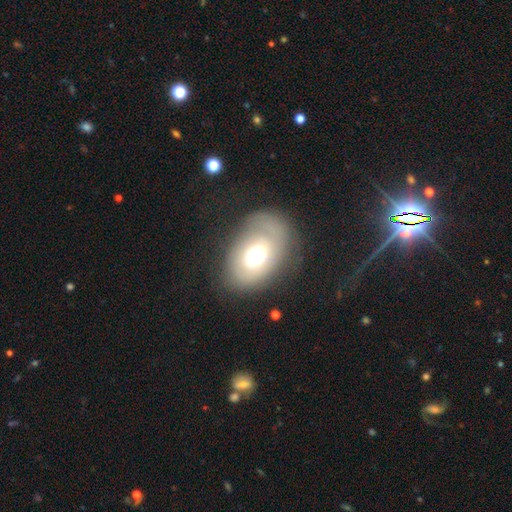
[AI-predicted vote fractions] Smooth or featured? smooth (57%)
How rounded? in between (75%)
Merging? none (67%)